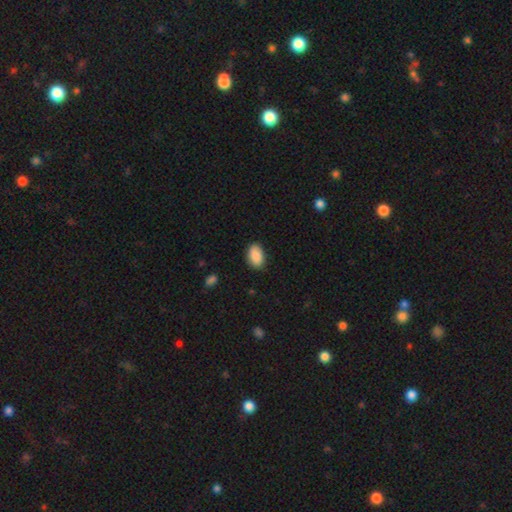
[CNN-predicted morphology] A smooth galaxy with no disk features (88%) that is in between round and cigar-shaped (89%). Merging: none (80%).